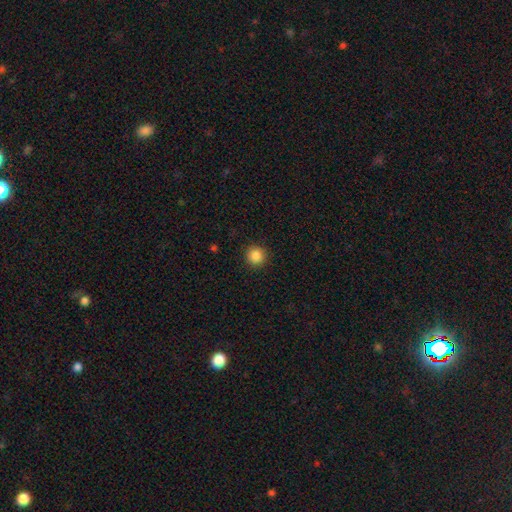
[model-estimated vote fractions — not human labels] smooth-or-featured: smooth: 86% | star or artifact: 10% | featured or disk: 3%
  how-rounded: round: 94% | in between: 5% | cigar-shaped: 1%
  merging: none: 92% | minor disturbance: 5% | major disturbance: 2% | merger: 1%